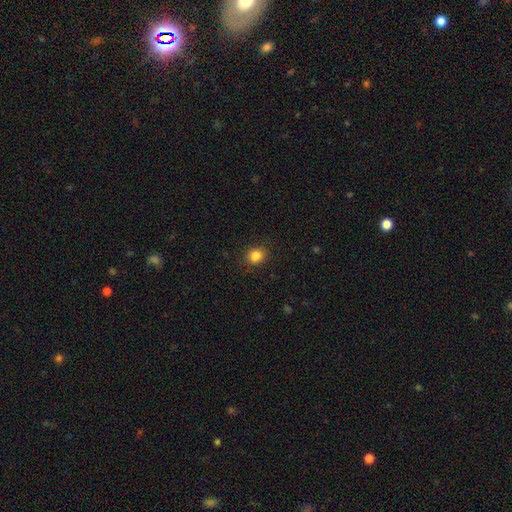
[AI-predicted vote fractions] This appears to be a smooth galaxy with no disk features (85%) that is round (74%). Merging: none (89%).